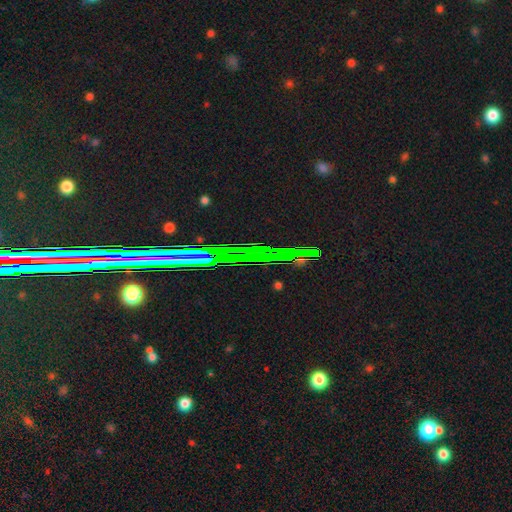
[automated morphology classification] smooth-or-featured: star or artifact: 80% | featured or disk: 11% | smooth: 9%